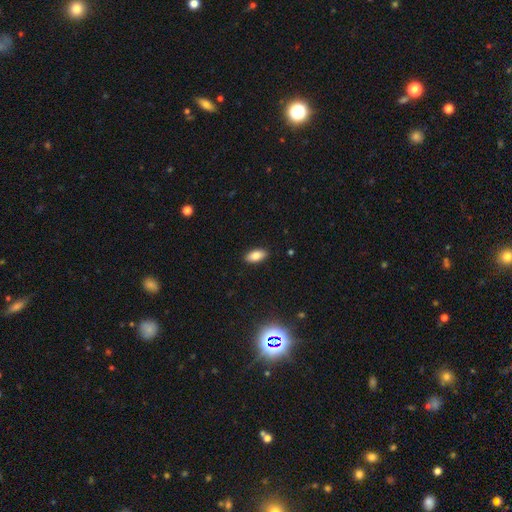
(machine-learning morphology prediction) Smooth or featured? smooth (83%)
How rounded? in between (91%)
Merging? none (89%)